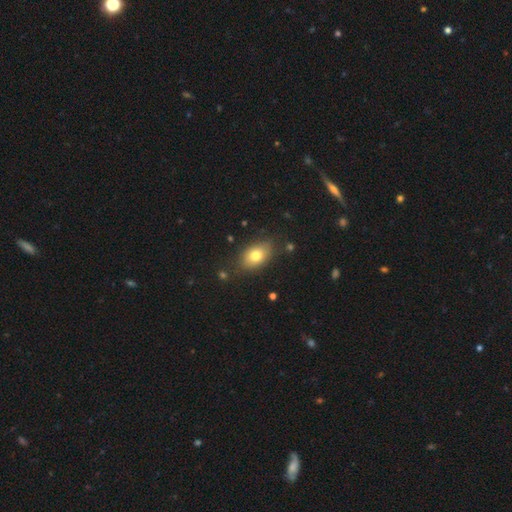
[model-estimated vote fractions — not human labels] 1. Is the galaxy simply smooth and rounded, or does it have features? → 76% smooth, 15% featured or disk, 9% star or artifact.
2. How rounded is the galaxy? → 84% in between, 14% round, 2% cigar-shaped.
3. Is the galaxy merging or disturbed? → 81% none, 13% minor disturbance, 3% major disturbance, 2% merger.